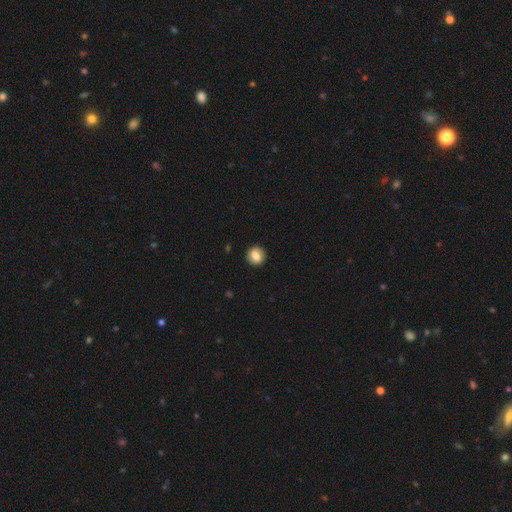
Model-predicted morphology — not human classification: A smooth galaxy with no disk features (68%) that is round (84%). Merging: none (89%).